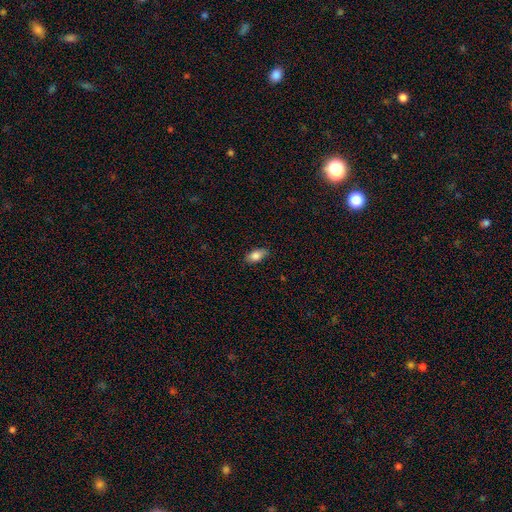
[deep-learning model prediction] Morphology: type=smooth (83%); roundness=in between (89%); merging=none (82%).